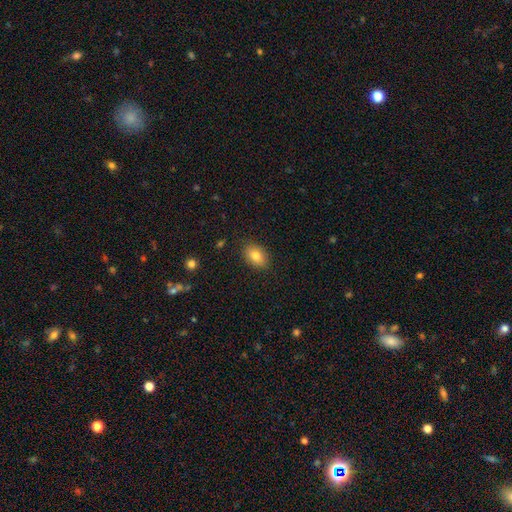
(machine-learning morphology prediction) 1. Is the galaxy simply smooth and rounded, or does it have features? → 82% smooth, 9% featured or disk, 8% star or artifact.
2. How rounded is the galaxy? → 83% in between, 15% round, 1% cigar-shaped.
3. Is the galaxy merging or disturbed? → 86% none, 10% minor disturbance, 2% major disturbance, 1% merger.